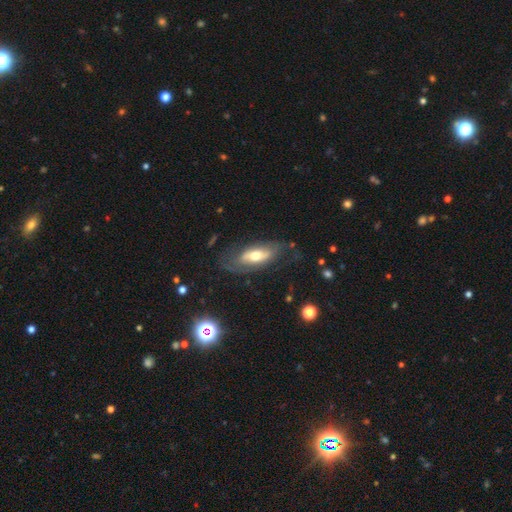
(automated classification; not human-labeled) smooth_or_featured: featured or disk (p=0.60) [alt: smooth p=0.33]
disk_edge_on: no (p=0.81) [alt: yes p=0.19]
merging: none (p=0.60) [alt: minor disturbance p=0.22]